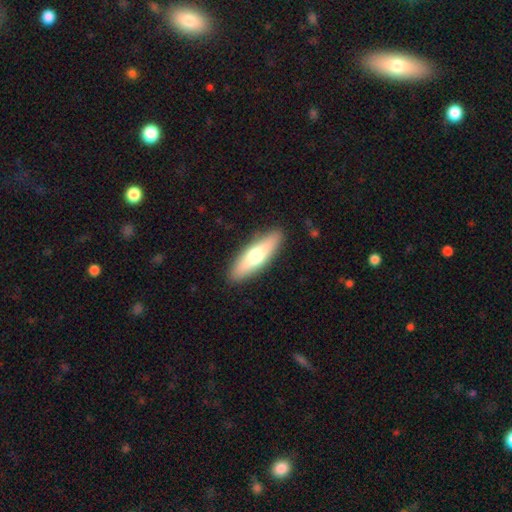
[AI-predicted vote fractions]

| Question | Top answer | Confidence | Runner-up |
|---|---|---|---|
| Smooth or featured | smooth | 63% | featured or disk (31%) |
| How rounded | cigar-shaped | 58% | in between (40%) |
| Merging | none | 89% | minor disturbance (8%) |